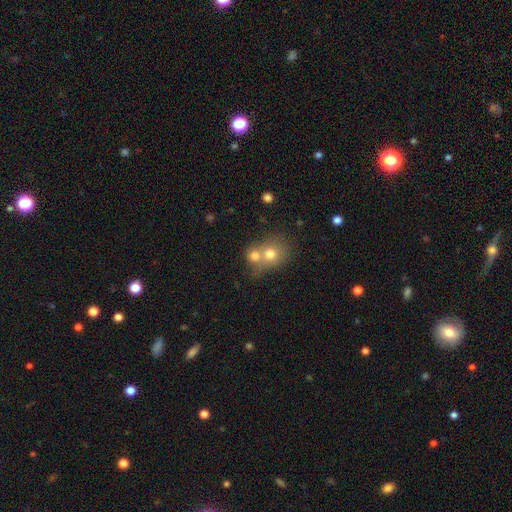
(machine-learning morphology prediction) A smooth galaxy with no disk features (64%) that is round (77%).

Vote fractions:
- Smooth or featured? smooth: 64% / star or artifact: 18% / featured or disk: 18%
- How rounded? round: 77% / in between: 21% / cigar-shaped: 1%
- Merging? merger: 49% / none: 41% / minor disturbance: 7% / major disturbance: 3%